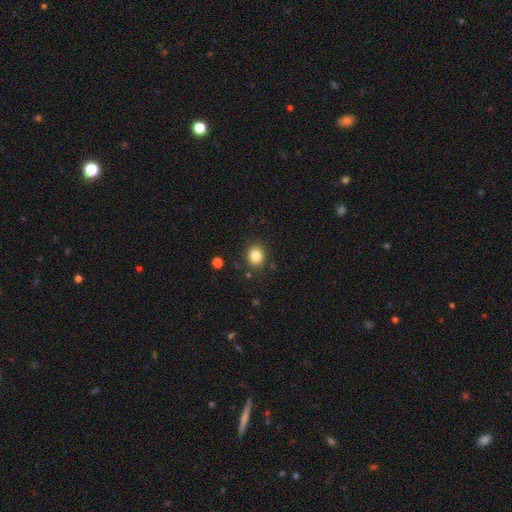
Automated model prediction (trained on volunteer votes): This appears to be a smooth galaxy with no disk features (83%) that is round (68%). Merging: none (87%).